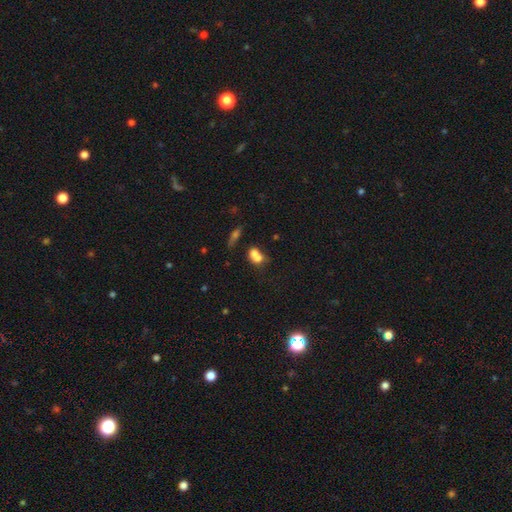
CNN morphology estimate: Smooth or featured? smooth (69%)
How rounded? in between (60%)
Merging? merger (58%)